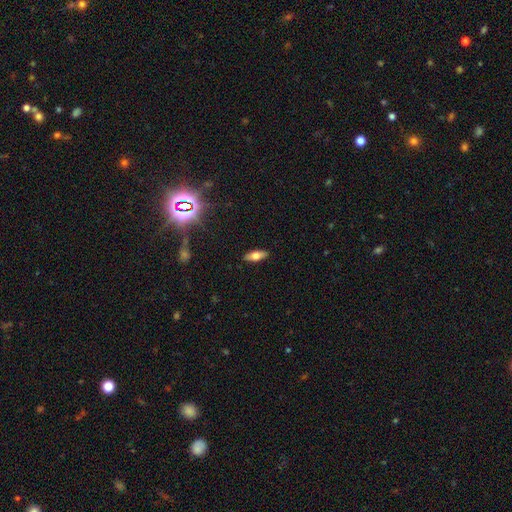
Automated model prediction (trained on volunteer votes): This is likely a smooth galaxy (62%). How rounded: likely in between (71%). Merging: clearly none (88%).